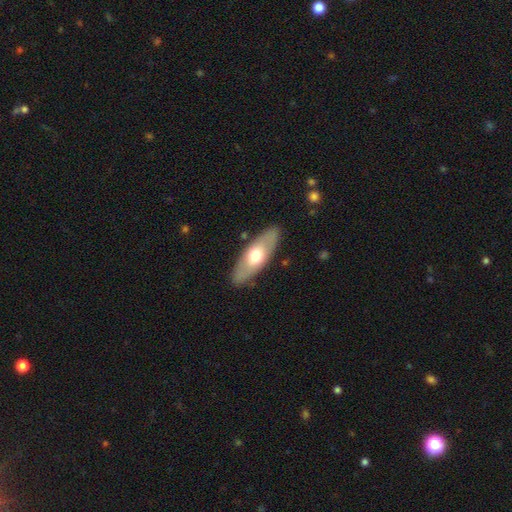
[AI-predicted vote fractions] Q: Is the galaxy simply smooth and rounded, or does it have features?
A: smooth — 55%.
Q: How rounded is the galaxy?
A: in between — 72%.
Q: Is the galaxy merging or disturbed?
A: none — 87%.